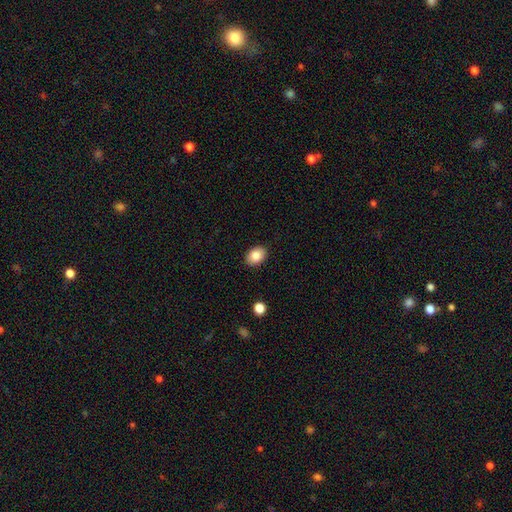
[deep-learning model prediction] This appears to be a smooth galaxy with no disk features (85%) that is in between round and cigar-shaped (74%). Merging: none (89%).